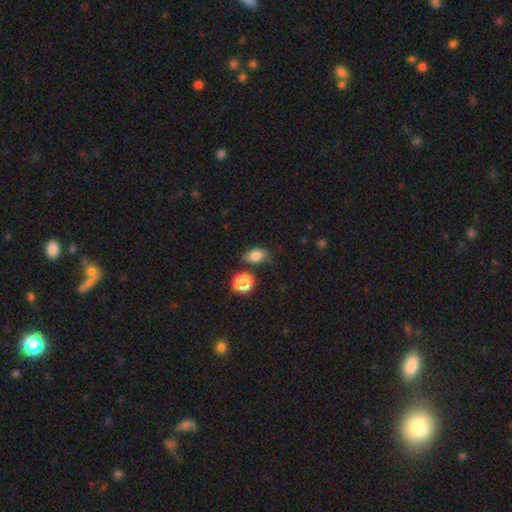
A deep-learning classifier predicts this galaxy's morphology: A smooth galaxy with no disk features (81%) that is in between round and cigar-shaped (78%).

Vote fractions:
- Smooth or featured? smooth: 81% / star or artifact: 13% / featured or disk: 7%
- How rounded? in between: 78% / round: 20% / cigar-shaped: 2%
- Merging? none: 72% / minor disturbance: 16% / merger: 7% / major disturbance: 4%